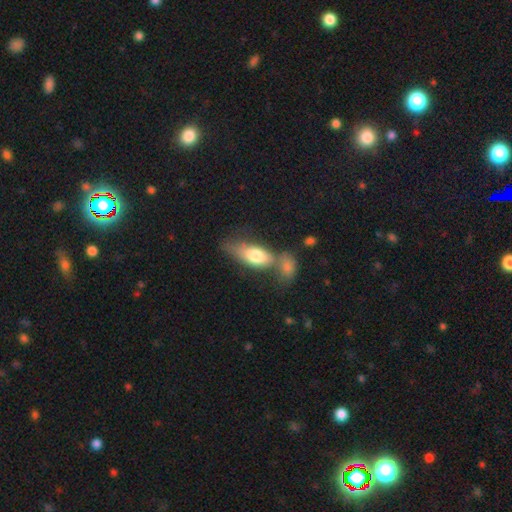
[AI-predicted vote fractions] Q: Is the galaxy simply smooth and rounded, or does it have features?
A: smooth — 72%.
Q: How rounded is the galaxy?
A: in between — 80%.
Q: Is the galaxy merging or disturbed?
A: merger — 36%.